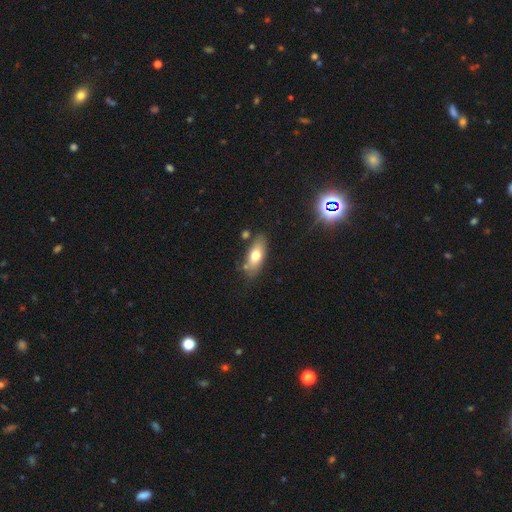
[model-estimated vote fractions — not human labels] Overall: smooth (69%). How rounded: in between (81%). Merging: none (74%).